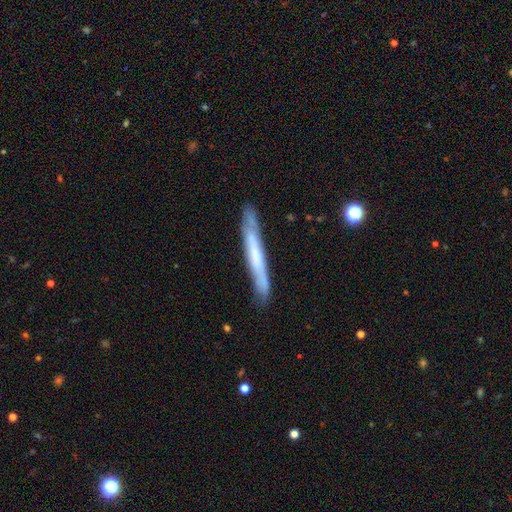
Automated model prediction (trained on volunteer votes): Smooth or featured: featured or disk — 51% (smooth — 43%)
Edge-on disk: yes — 86% (no — 14%)
Merging: none — 82% (minor disturbance — 14%)